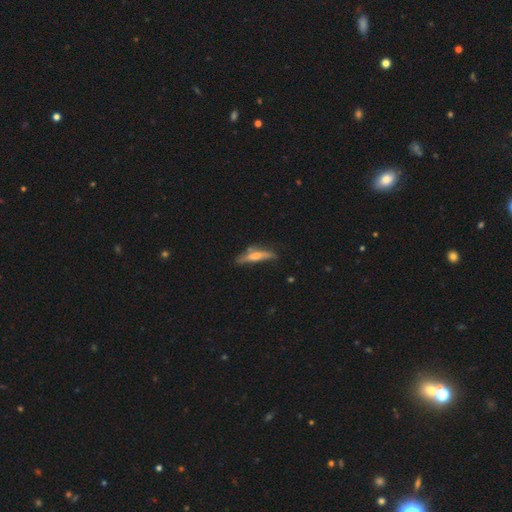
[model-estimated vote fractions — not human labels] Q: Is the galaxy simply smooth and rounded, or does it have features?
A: smooth — 50%.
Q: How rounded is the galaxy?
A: cigar-shaped — 78%.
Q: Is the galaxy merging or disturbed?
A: none — 53%.